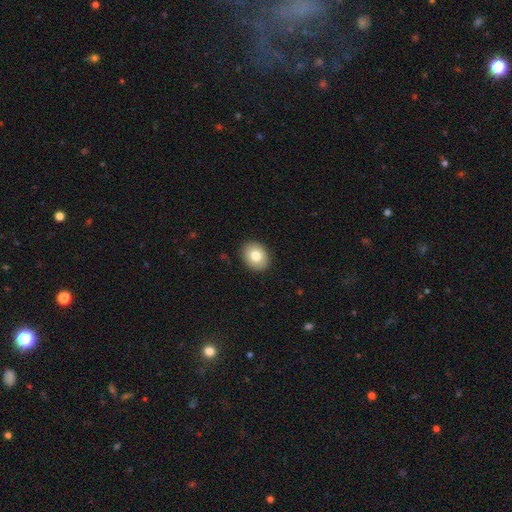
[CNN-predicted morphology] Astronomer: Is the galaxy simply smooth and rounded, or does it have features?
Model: smooth — 79%.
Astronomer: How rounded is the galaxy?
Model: in between — 59% (runner-up: round, 40%).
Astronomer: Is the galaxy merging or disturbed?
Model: none — 90%.